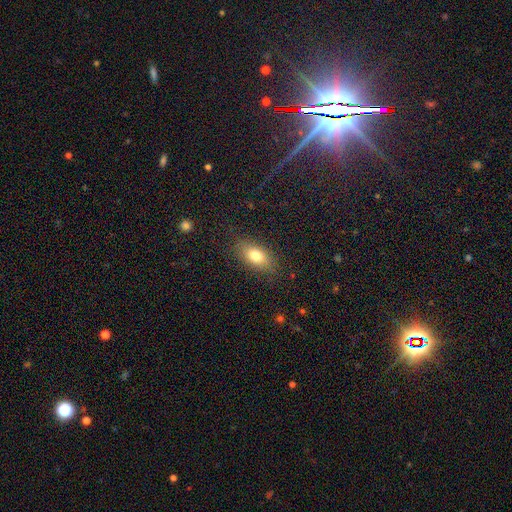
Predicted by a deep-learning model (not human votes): This is likely a smooth galaxy (78%). How rounded: clearly in between (86%). Merging: clearly none (83%).